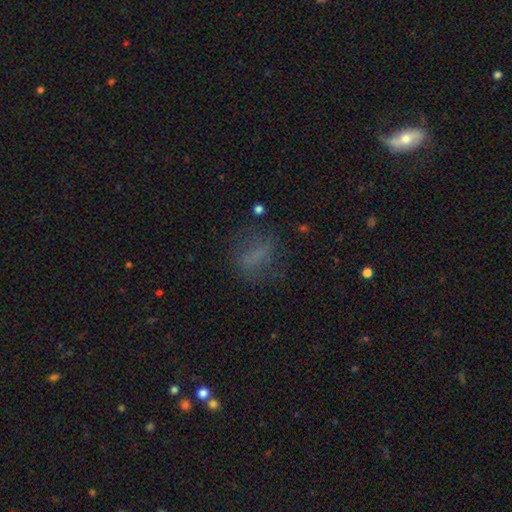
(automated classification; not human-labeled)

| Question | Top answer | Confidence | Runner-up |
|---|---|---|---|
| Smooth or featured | smooth | 57% | featured or disk (23%) |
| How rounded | in between | 55% | round (29%) |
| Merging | none | 66% | minor disturbance (17%) |